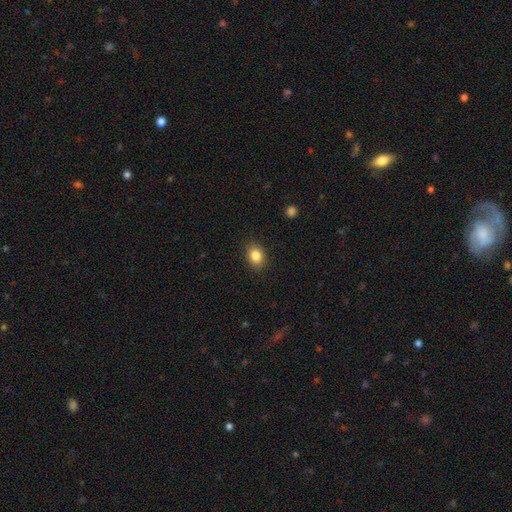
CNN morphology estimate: Smooth or featured: smooth — 85% (star or artifact — 9%)
How rounded: in between — 60% (round — 39%)
Merging: none — 88% (minor disturbance — 9%)